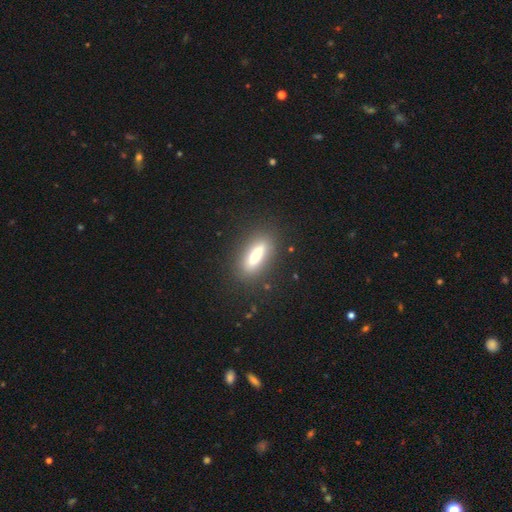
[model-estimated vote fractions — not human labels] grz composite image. It shows a smooth galaxy with no disk features (70%) that is cigar-shaped (52%). Merging: none (84%).